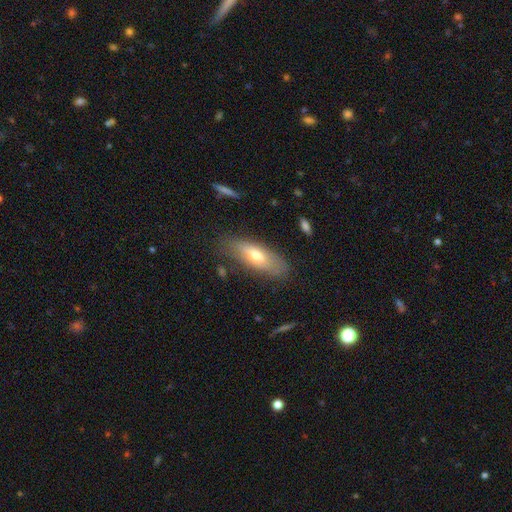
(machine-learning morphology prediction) type=smooth (59%); roundness=in between (63%); merging=none (76%).